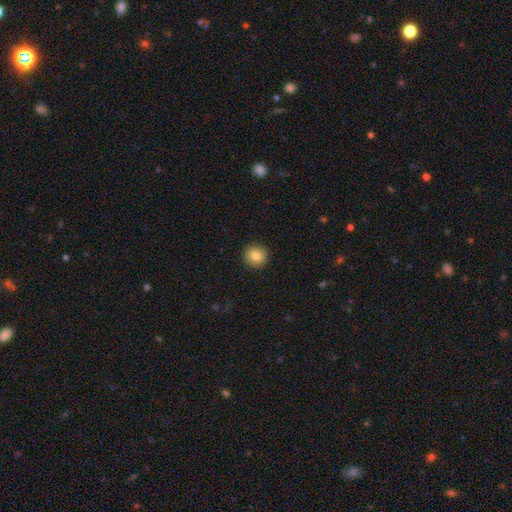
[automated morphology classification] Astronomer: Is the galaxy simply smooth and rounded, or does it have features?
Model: smooth — 83%.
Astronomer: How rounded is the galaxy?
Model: round — 92%.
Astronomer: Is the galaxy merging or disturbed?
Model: none — 91%.